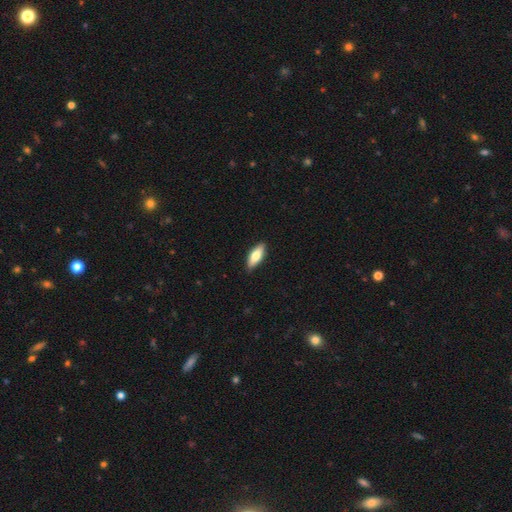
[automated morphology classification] smooth-or-featured: smooth: 70% | featured or disk: 24% | star or artifact: 6%
  how-rounded: in between: 71% | cigar-shaped: 27% | round: 2%
  merging: none: 89% | minor disturbance: 9% | major disturbance: 2% | merger: 1%